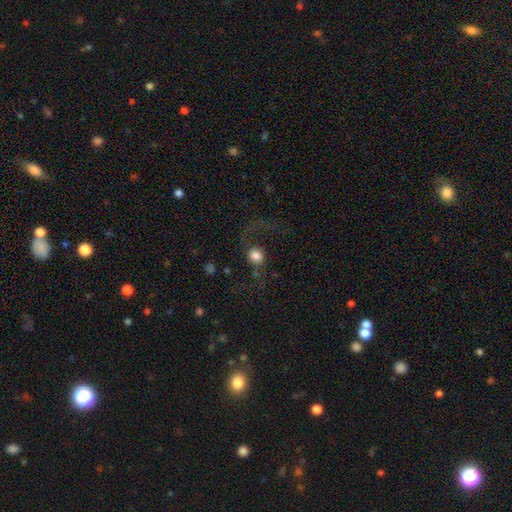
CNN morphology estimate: type=smooth (59%); roundness=round (77%); merging=none (50%).